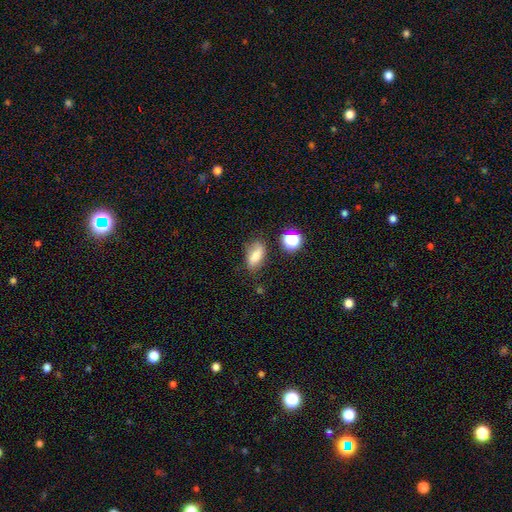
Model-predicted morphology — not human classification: Smooth or featured?
  - smooth: 73% *
  - featured or disk: 15%
  - star or artifact: 12%
How rounded?
  - in between: 84% *
  - round: 9%
  - cigar-shaped: 7%
Merging?
  - none: 62% *
  - minor disturbance: 26%
  - major disturbance: 8%
  - merger: 5%